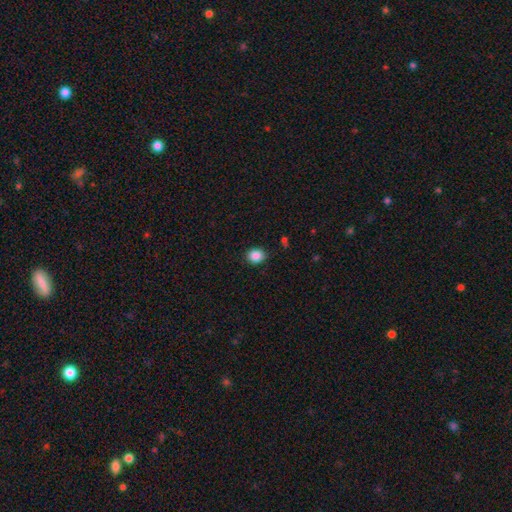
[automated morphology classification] This appears to be a smooth galaxy with no disk features (87%) that is round (76%). Merging: none (87%).